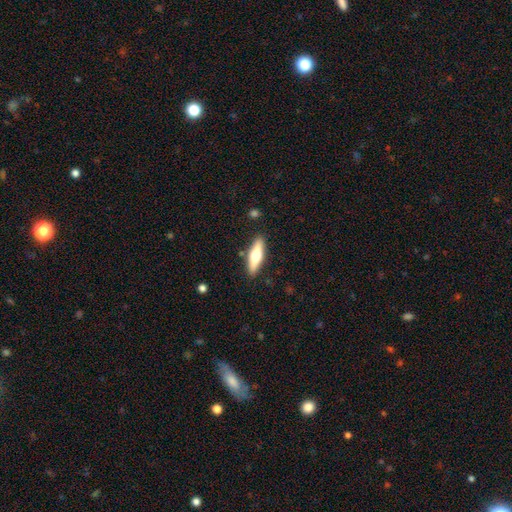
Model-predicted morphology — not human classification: Smooth or featured? smooth (51%)
How rounded? cigar-shaped (59%)
Merging? none (87%)